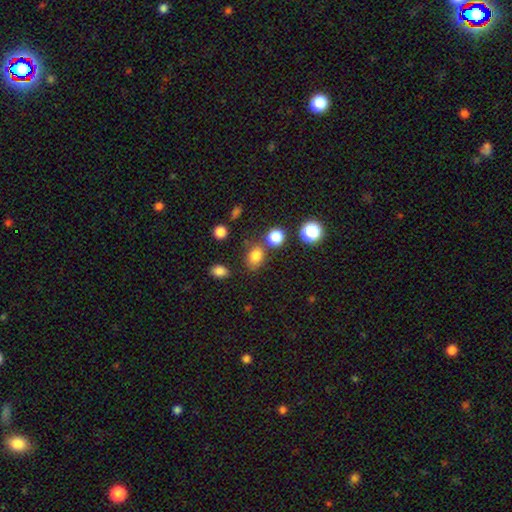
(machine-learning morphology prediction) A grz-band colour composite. It shows a smooth galaxy with no disk features (80%) that is in between round and cigar-shaped (58%). Merging: none (65%).